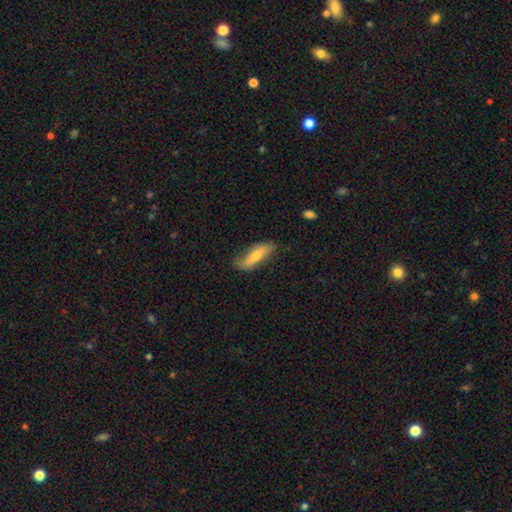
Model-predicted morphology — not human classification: smooth-or-featured: smooth: 61% | featured or disk: 32% | star or artifact: 6%
  how-rounded: cigar-shaped: 51% | in between: 47% | round: 2%
  merging: none: 65% | minor disturbance: 26% | major disturbance: 7% | merger: 2%